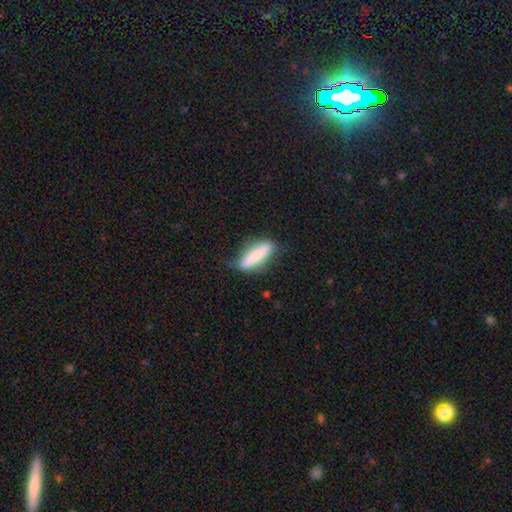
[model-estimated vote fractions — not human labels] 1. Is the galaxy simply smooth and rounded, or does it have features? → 66% smooth, 27% featured or disk, 7% star or artifact.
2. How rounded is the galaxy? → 73% cigar-shaped, 24% in between, 2% round.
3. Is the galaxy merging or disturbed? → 71% none, 20% minor disturbance, 6% major disturbance, 3% merger.